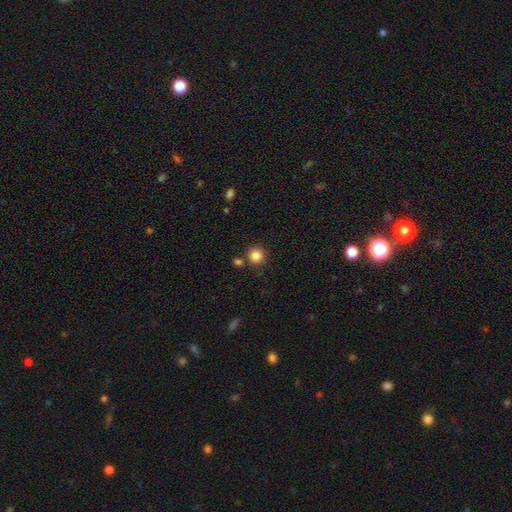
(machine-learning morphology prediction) The model was most divided on "merging": none: 80%, merger: 9%, minor disturbance: 8%, major disturbance: 3%. More confident: how rounded — round (92%); smooth or featured — smooth (85%).